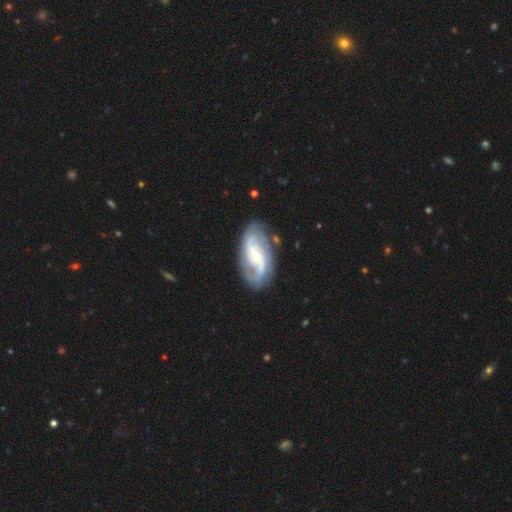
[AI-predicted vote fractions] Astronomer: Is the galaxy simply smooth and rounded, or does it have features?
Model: featured or disk — 85%.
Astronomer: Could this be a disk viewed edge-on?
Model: no — 96%.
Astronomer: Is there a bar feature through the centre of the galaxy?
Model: weak — 46% (runner-up: strong, 27%).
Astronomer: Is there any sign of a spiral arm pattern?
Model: yes — 95%.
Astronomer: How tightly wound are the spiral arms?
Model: medium — 41% (runner-up: loose, 40%).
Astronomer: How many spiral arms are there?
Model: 2 — 74%.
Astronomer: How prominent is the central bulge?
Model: small — 67%.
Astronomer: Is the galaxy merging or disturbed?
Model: none — 75%.